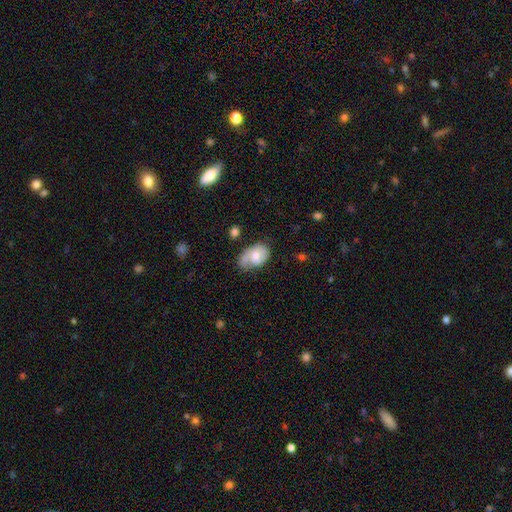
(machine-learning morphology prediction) A featured or disk galaxy (47%).

Vote fractions:
- Smooth or featured? featured or disk: 47% / smooth: 46% / star or artifact: 7%
- Merging? none: 46% / minor disturbance: 32% / major disturbance: 16% / merger: 5%